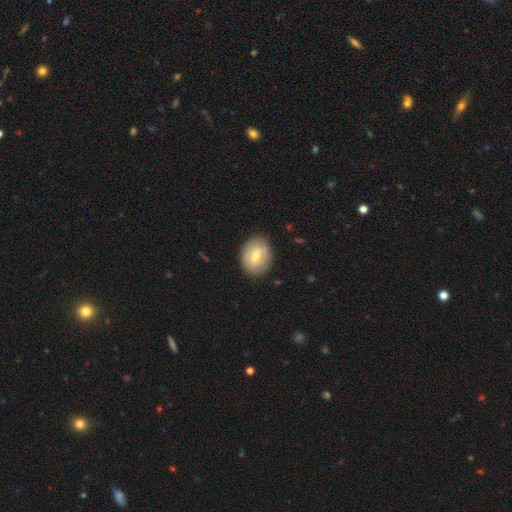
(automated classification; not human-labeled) Smooth or featured?
  - featured or disk: 54% *
  - smooth: 40%
  - star or artifact: 6%
Edge-on disk?
  - no: 95% *
  - yes: 5%
Bar?
  - weak: 56% *
  - no: 24%
  - strong: 20%
Spiral arms?
  - yes: 70% *
  - no: 30%
Bulge size?
  - moderate: 52% *
  - small: 43%
  - large: 2%
  - none: 1%
  - dominant: 1%
Merging?
  - none: 84% *
  - minor disturbance: 12%
  - major disturbance: 3%
  - merger: 1%